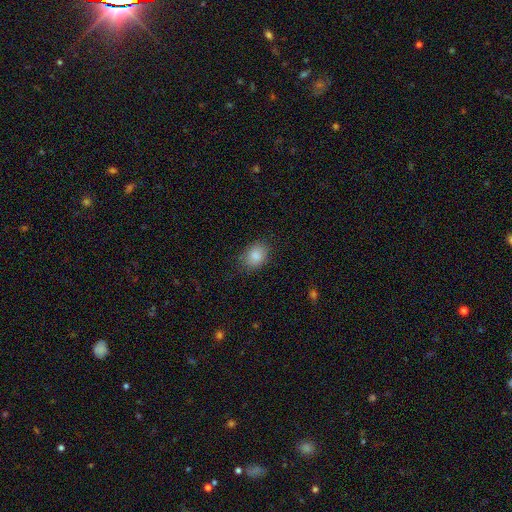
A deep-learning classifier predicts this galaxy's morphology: A smooth galaxy with no disk features (87%) that is in between round and cigar-shaped (59%).

Vote fractions:
- Smooth or featured? smooth: 87% / star or artifact: 8% / featured or disk: 5%
- How rounded? in between: 59% / round: 40% / cigar-shaped: 1%
- Merging? none: 79% / minor disturbance: 16% / major disturbance: 4% / merger: 1%